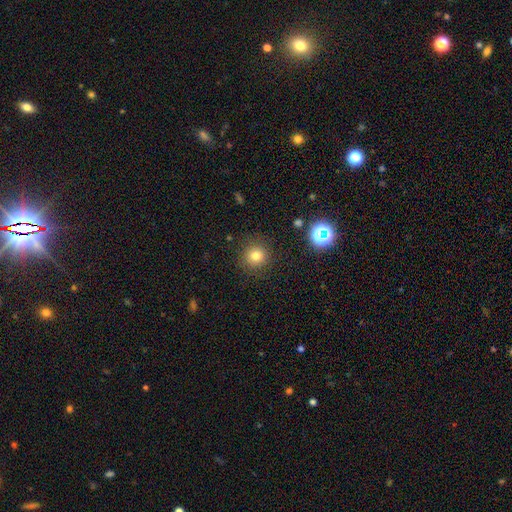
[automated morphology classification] This appears to be a smooth galaxy with no disk features (78%) that is round (92%). Merging: none (88%).